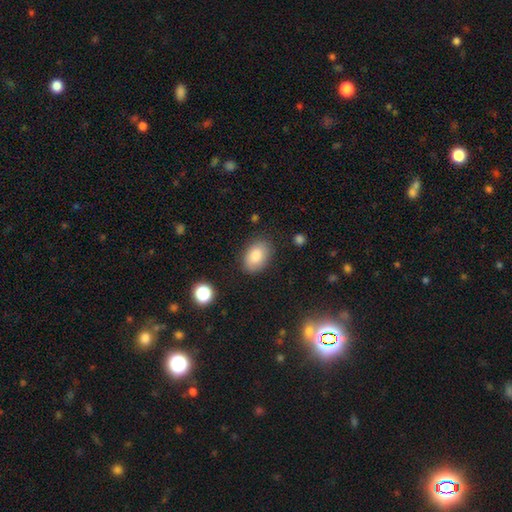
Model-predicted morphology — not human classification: A smooth galaxy with no disk features (82%) that is in between round and cigar-shaped (84%). Merging: none (84%).